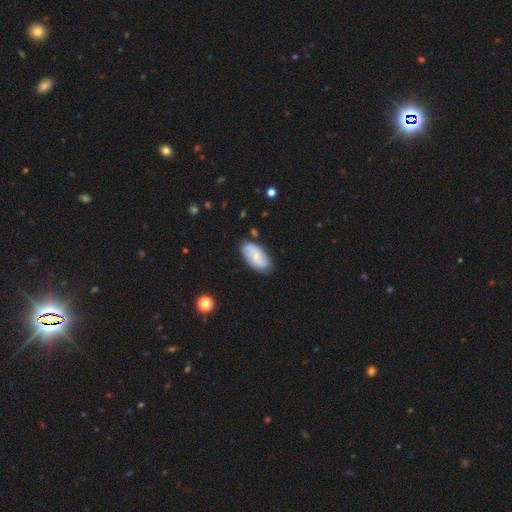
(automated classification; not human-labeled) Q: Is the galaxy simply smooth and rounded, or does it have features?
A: featured or disk — 52%.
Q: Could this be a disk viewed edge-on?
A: no — 95%.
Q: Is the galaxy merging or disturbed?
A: none — 77%.